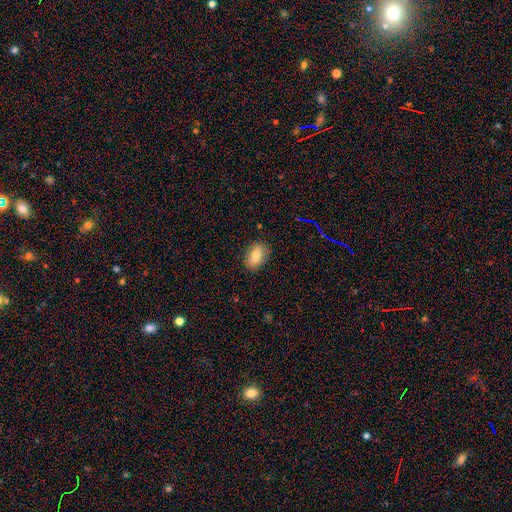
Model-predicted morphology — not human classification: This appears to be a smooth galaxy with no disk features (76%) that is in between round and cigar-shaped (85%). Merging: none (86%).